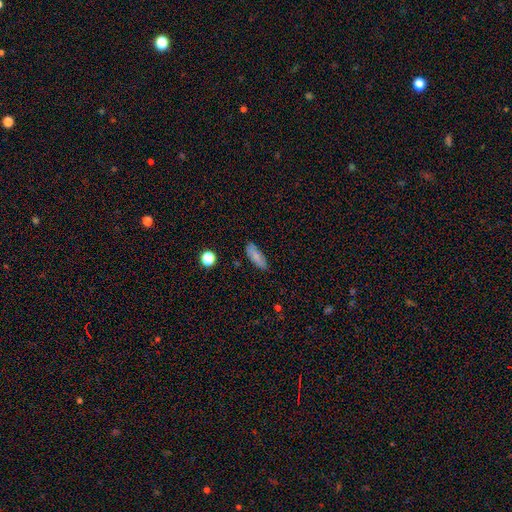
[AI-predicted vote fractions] Smooth or featured? Predicted: smooth (p=0.78). How rounded? Predicted: in between (p=0.67). Merging? Predicted: none (p=0.78).